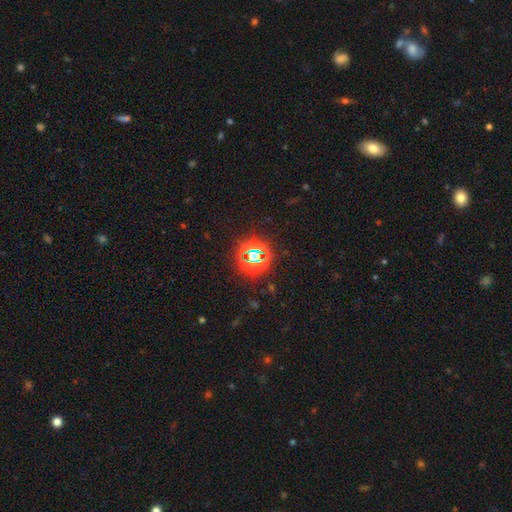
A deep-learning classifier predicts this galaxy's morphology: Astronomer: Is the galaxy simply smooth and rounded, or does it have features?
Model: star or artifact — 75%.